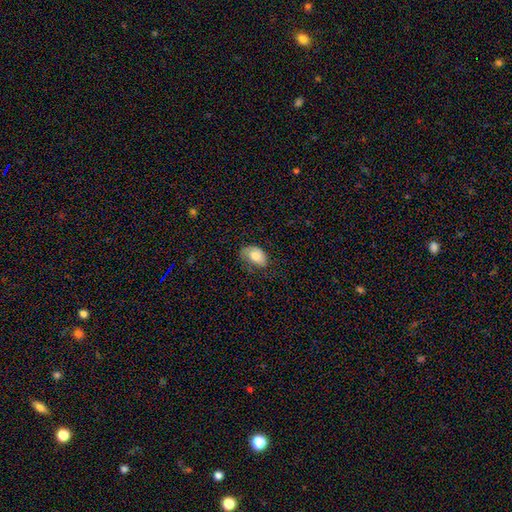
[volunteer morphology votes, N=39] Volunteers were most divided on "merging": minor disturbance: 44%, none: 33%, major disturbance: 22%, merger: 0%. More confident: how rounded — in between (89%); smooth or featured — smooth (72%).